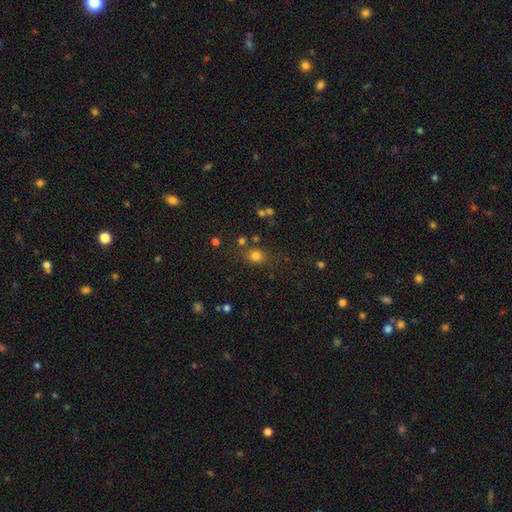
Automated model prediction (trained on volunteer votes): A smooth galaxy with no disk features (76%) that is round (68%). Merging: none (74%).